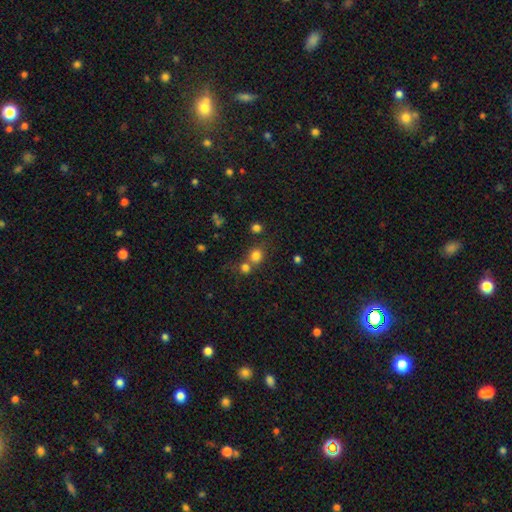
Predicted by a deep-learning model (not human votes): Smooth or featured?
  - smooth: 77% *
  - star or artifact: 16%
  - featured or disk: 8%
How rounded?
  - round: 83% *
  - in between: 16%
  - cigar-shaped: 1%
Merging?
  - none: 54% *
  - merger: 35%
  - minor disturbance: 8%
  - major disturbance: 4%